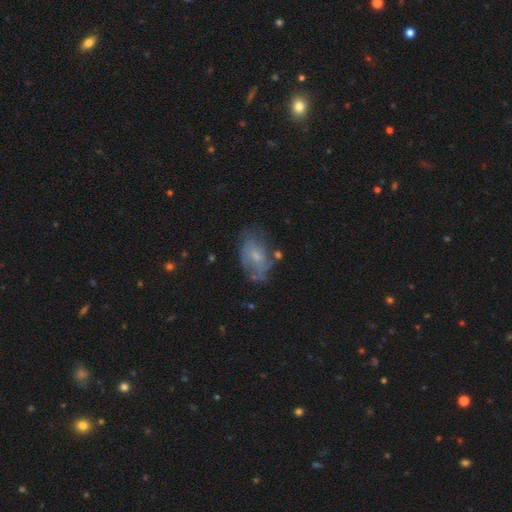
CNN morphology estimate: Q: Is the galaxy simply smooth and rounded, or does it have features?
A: featured or disk — 54%.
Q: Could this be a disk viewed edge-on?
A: no — 95%.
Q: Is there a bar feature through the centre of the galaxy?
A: no — 68%.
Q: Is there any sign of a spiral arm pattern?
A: yes — 59%.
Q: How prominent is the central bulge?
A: small — 63%.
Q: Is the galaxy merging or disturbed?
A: none — 50%.